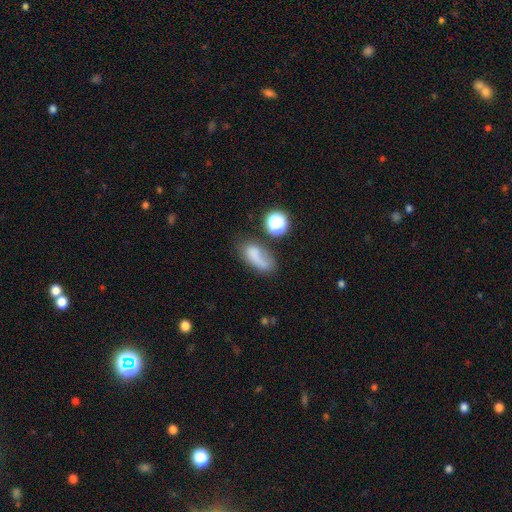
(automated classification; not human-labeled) A smooth galaxy with no disk features (67%) that is in between round and cigar-shaped (78%). Merging: none (41%).